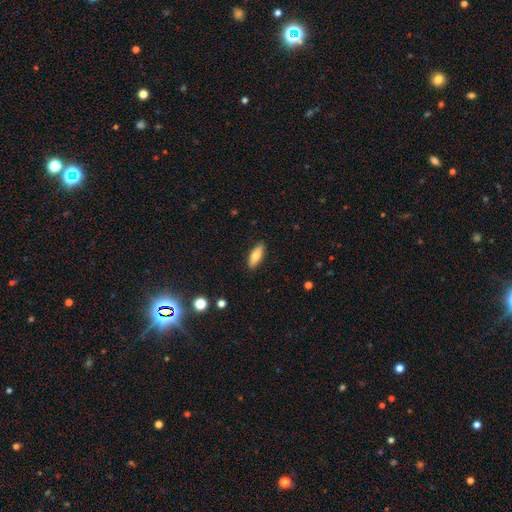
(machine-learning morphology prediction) smooth-or-featured: smooth: 78% | featured or disk: 16% | star or artifact: 6%
  how-rounded: in between: 66% | cigar-shaped: 32% | round: 2%
  merging: none: 89% | minor disturbance: 8% | major disturbance: 2% | merger: 1%